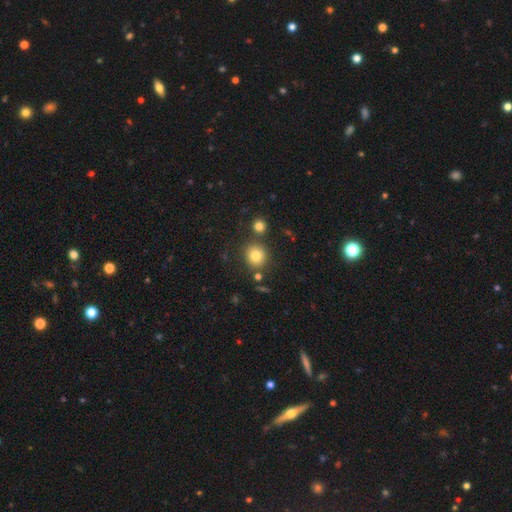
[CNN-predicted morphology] Smooth or featured?
  - smooth: 80% *
  - star or artifact: 12%
  - featured or disk: 8%
How rounded?
  - round: 89% *
  - in between: 10%
  - cigar-shaped: 1%
Merging?
  - none: 79% *
  - merger: 9%
  - minor disturbance: 8%
  - major disturbance: 3%